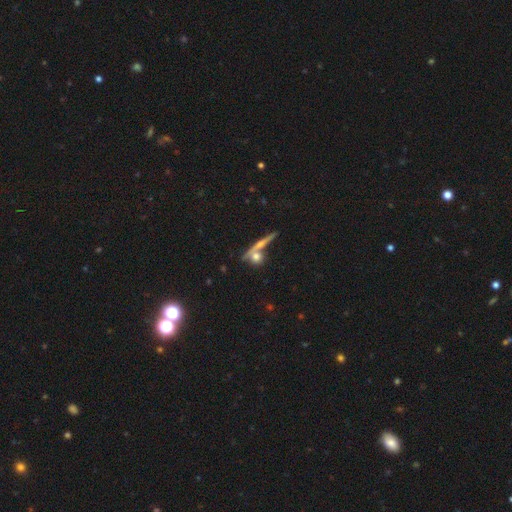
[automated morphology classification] Smooth or featured? smooth (58%)
How rounded? round (60%)
Merging? none (55%)